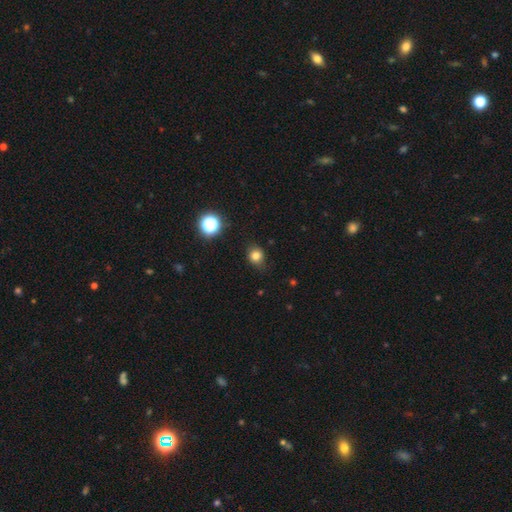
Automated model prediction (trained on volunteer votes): This appears to be a smooth galaxy with no disk features (80%) that is round (67%). Merging: none (76%).